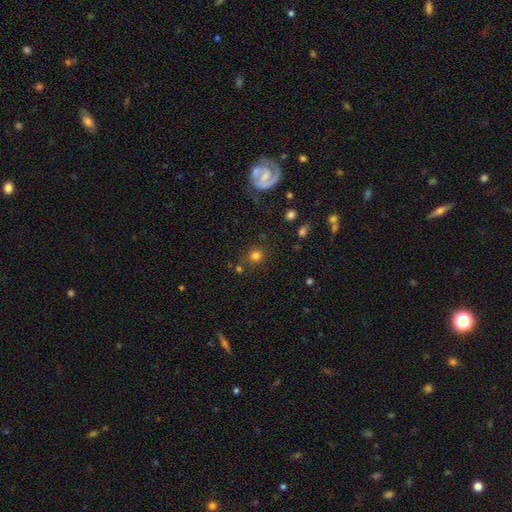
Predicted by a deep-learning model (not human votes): The model was most divided on "smooth or featured": smooth: 77%, star or artifact: 16%, featured or disk: 7%. More confident: how rounded — round (88%); merging — none (80%).